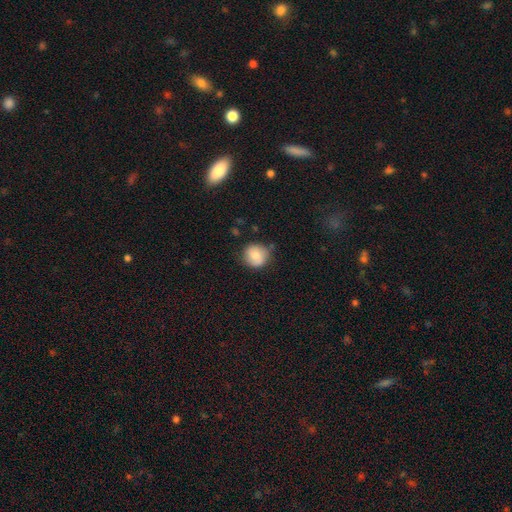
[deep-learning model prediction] smooth_or_featured: smooth (p=0.79) [alt: featured or disk p=0.13]
how_rounded: round (p=0.90) [alt: in between p=0.09]
merging: none (p=0.76) [alt: minor disturbance p=0.17]